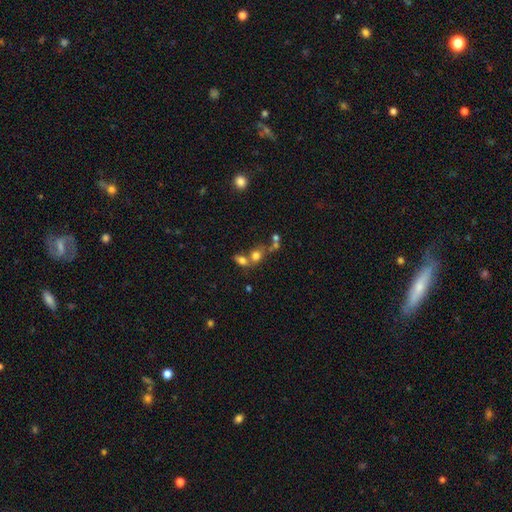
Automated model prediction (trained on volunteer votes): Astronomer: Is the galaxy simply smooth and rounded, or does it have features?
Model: smooth — 71%.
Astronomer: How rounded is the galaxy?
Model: round — 55% (runner-up: in between, 43%).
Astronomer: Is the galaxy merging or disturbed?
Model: merger — 52% (runner-up: none, 34%).